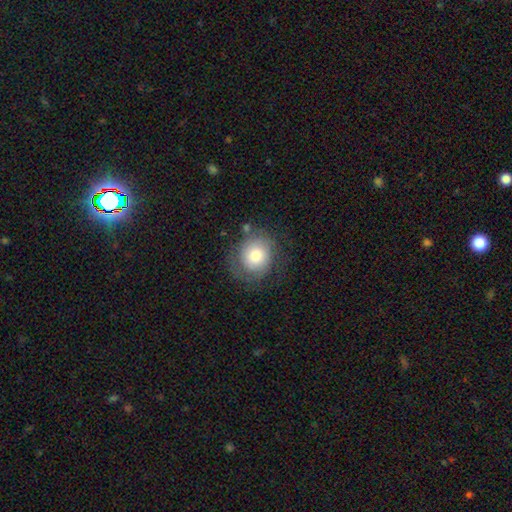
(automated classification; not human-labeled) A smooth galaxy with no disk features (65%) that is round (77%).

Vote fractions:
- Smooth or featured? smooth: 65% / featured or disk: 27% / star or artifact: 8%
- How rounded? round: 77% / in between: 22% / cigar-shaped: 1%
- Merging? none: 66% / minor disturbance: 20% / major disturbance: 12% / merger: 2%